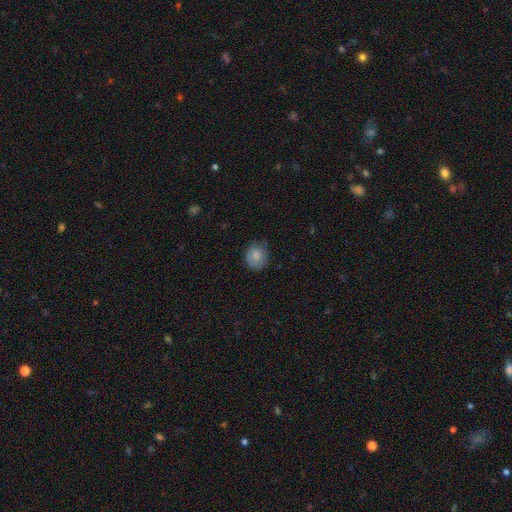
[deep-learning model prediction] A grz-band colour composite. It shows a smooth galaxy with no disk features (81%) that is round (71%). Merging: none (65%).